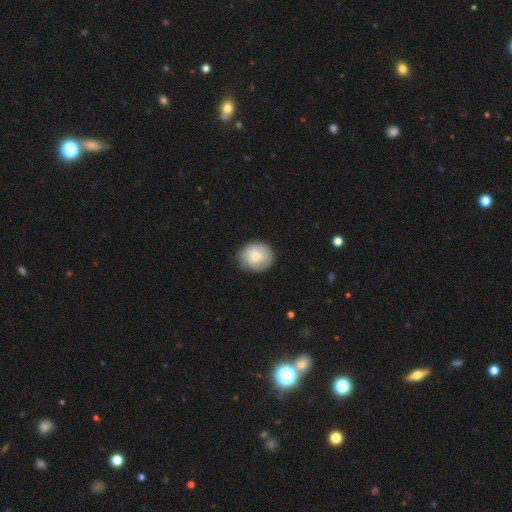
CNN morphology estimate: smooth_or_featured: smooth (p=0.72) [alt: featured or disk p=0.21]
how_rounded: round (p=0.74) [alt: in between p=0.25]
merging: none (p=0.74) [alt: minor disturbance p=0.20]